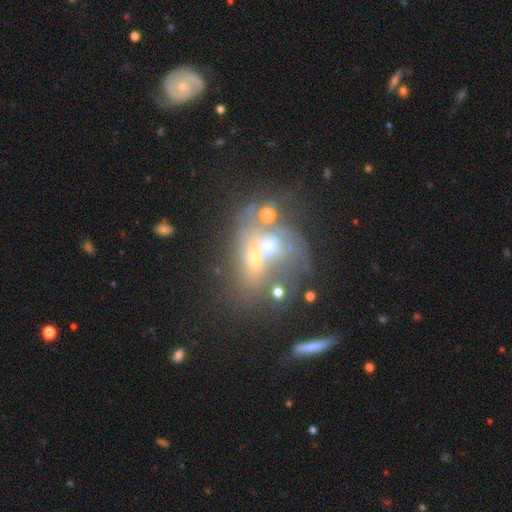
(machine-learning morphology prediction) Smooth or featured? Predicted: featured or disk (p=0.49). Merging? Predicted: merger (p=0.64).